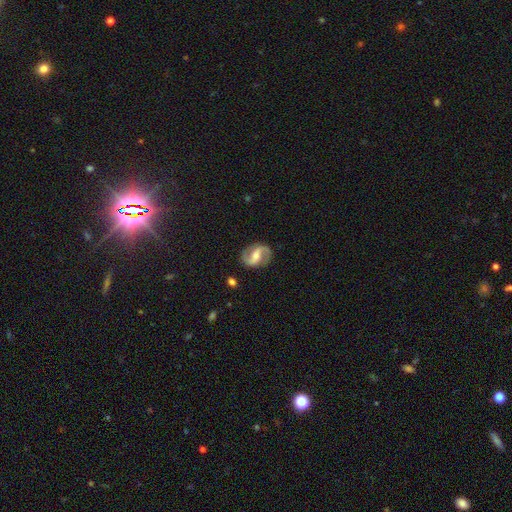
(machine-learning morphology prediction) This is clearly a featured or disk galaxy (84%). It is clearly not viewed edge-on (97%). Bar: marginally weak (42%). Spiral arm pattern: clearly yes (95%). Spiral arm count: clearly 2 (93%). Spiral winding: possibly medium (47%). Central bulge: likely moderate (61%). Merging: clearly none (85%).